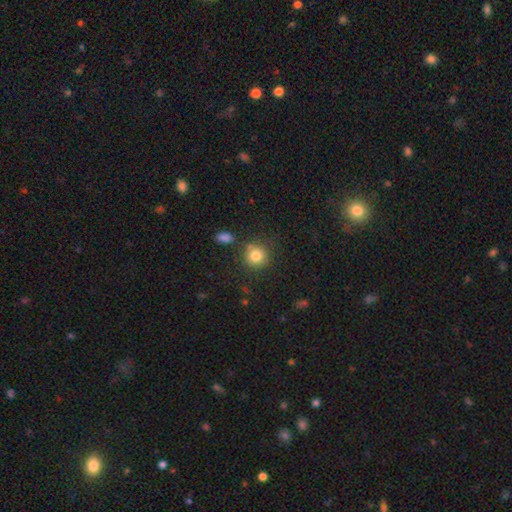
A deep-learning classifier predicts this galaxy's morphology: Smooth or featured? Predicted: smooth (p=0.82). How rounded? Predicted: round (p=0.90). Merging? Predicted: none (p=0.77).